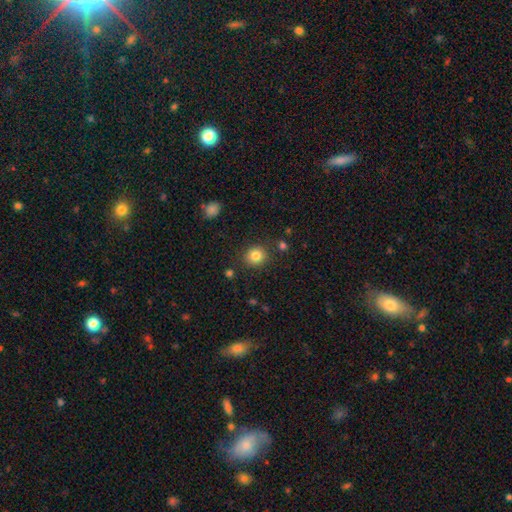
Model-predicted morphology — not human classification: type=smooth (83%); roundness=round (82%); merging=none (86%).